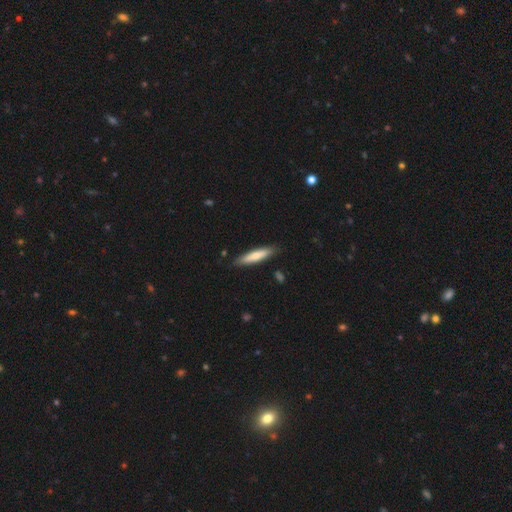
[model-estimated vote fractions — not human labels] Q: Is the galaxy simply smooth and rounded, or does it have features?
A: smooth — 68%.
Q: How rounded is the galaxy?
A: cigar-shaped — 85%.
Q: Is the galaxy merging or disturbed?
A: none — 86%.